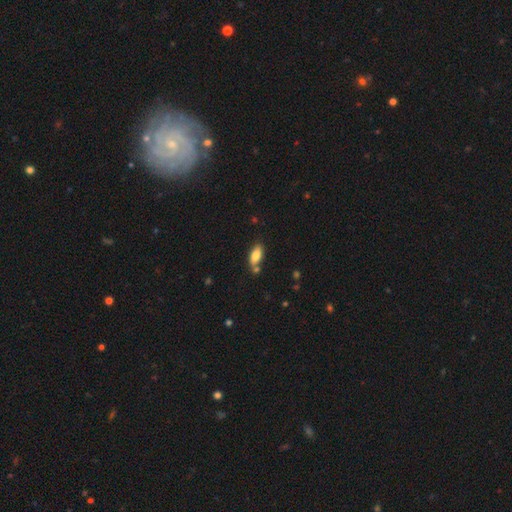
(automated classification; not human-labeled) A smooth galaxy with no disk features (83%) that is in between round and cigar-shaped (84%).

Vote fractions:
- Smooth or featured? smooth: 83% / featured or disk: 10% / star or artifact: 7%
- How rounded? in between: 84% / cigar-shaped: 13% / round: 2%
- Merging? none: 69% / minor disturbance: 16% / merger: 12% / major disturbance: 3%